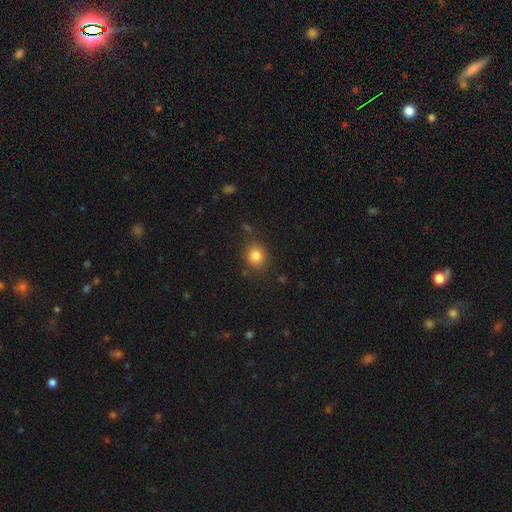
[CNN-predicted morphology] Smooth or featured? smooth (83%)
How rounded? round (79%)
Merging? none (82%)